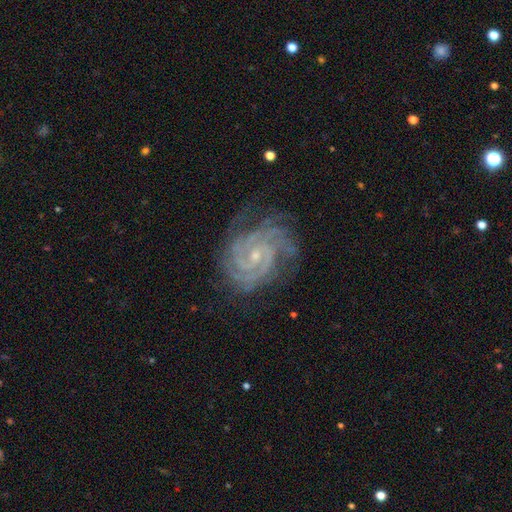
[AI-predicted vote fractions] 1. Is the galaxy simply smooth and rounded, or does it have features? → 91% featured or disk, 6% star or artifact, 3% smooth.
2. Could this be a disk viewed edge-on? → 98% no, 2% yes.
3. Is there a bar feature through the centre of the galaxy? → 55% no, 33% weak, 12% strong.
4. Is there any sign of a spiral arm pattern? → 99% yes, 1% no.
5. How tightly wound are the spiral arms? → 75% tight, 22% medium, 3% loose.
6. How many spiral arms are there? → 27% 3, 23% 2, 21% 4, 13% can't tell, 9% more than 4, 8% 1.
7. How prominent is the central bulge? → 75% small, 21% moderate, 2% none, 1% large, 1% dominant.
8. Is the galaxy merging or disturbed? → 74% none, 18% minor disturbance, 7% major disturbance, 1% merger.